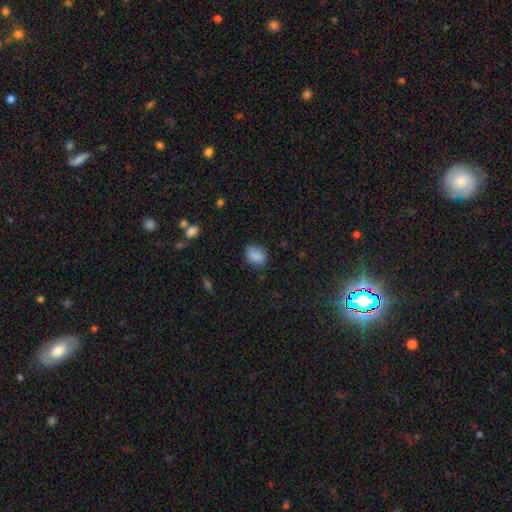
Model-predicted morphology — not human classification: This appears to be a smooth galaxy with no disk features (86%) that is in between round and cigar-shaped (58%). Merging: none (73%).